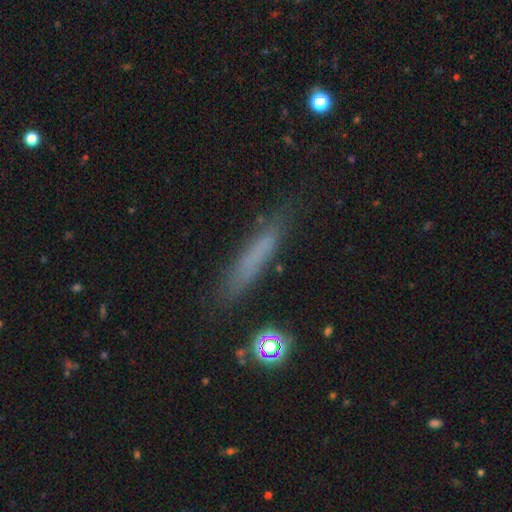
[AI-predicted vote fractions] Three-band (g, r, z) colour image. It shows a smooth galaxy with no disk features (61%) that is cigar-shaped (90%). Merging: none (79%).